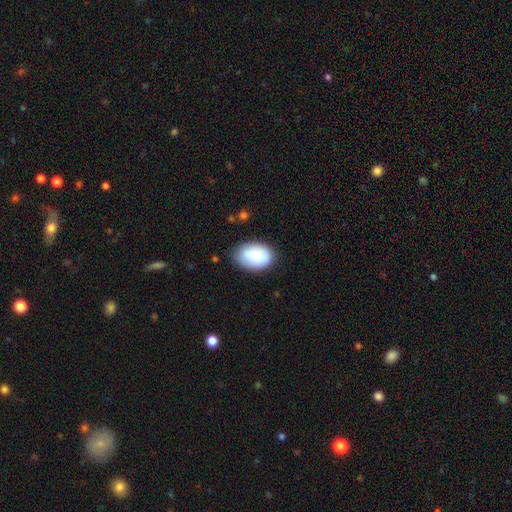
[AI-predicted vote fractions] Morphology: type=smooth (80%); roundness=in between (84%); merging=none (77%).